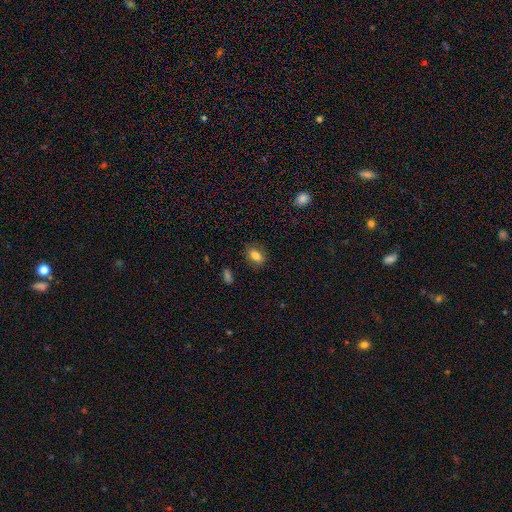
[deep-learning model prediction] smooth_or_featured: smooth (p=0.80) [alt: featured or disk p=0.10]
how_rounded: in between (p=0.78) [alt: round p=0.19]
merging: none (p=0.81) [alt: minor disturbance p=0.14]